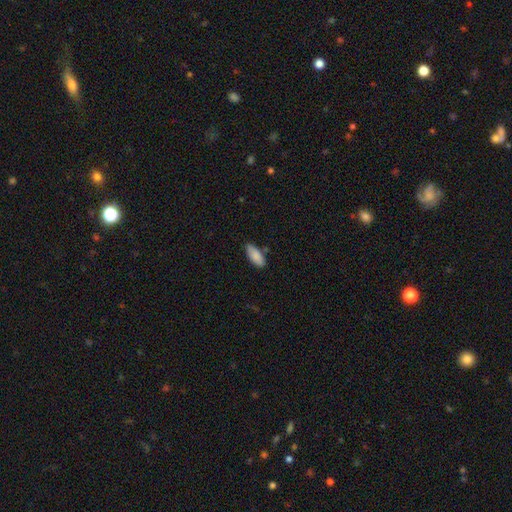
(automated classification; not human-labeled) This appears to be a smooth galaxy with no disk features (87%) that is in between round and cigar-shaped (84%). Merging: none (79%).